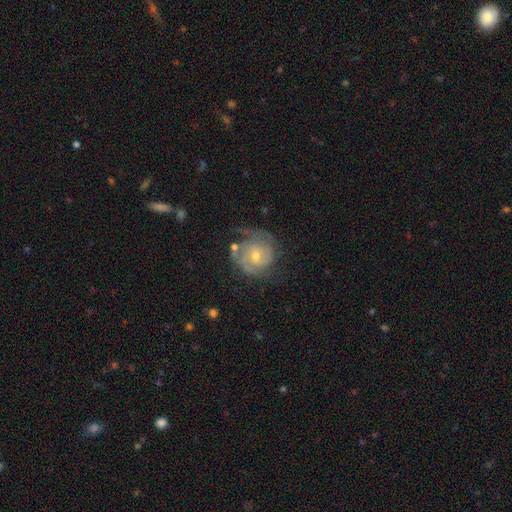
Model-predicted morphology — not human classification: The model was most divided on "bulge size": small: 50%, moderate: 46%, large: 2%, none: 1%, dominant: 1%. Remaining: edge-on disk — no (98%); spiral arms — yes (92%); smooth or featured — featured or disk (80%); bar — no (67%); merging — none (60%); spiral winding — tight (59%); spiral arm count — 2 (48%).